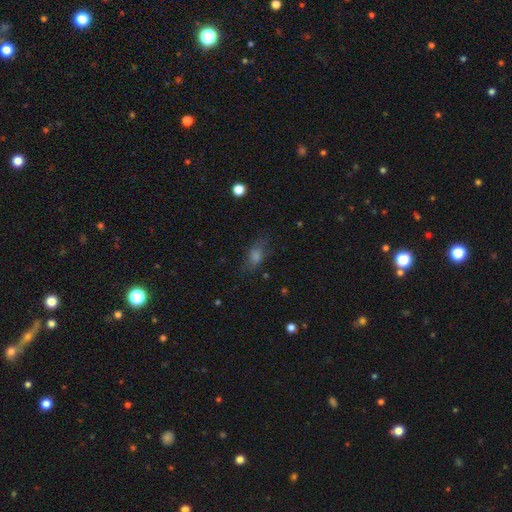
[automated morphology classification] type=smooth (56%); roundness=in between (68%); merging=none (72%).